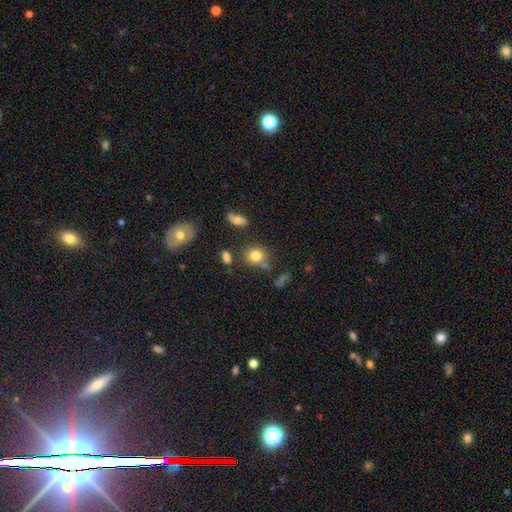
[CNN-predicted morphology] Smooth or featured: smooth — 78% (star or artifact — 12%)
How rounded: round — 71% (in between — 28%)
Merging: none — 64% (minor disturbance — 18%)